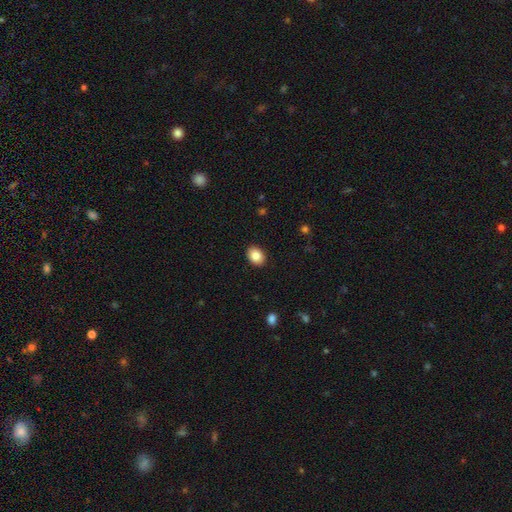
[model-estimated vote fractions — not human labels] smooth_or_featured: smooth (p=0.85) [alt: star or artifact p=0.08]
how_rounded: in between (p=0.69) [alt: round p=0.30]
merging: none (p=0.90) [alt: minor disturbance p=0.07]